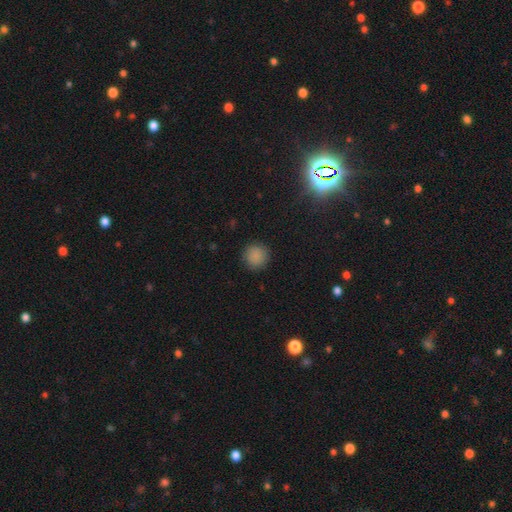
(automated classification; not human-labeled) This is clearly a smooth galaxy (86%). How rounded: clearly round (93%). Merging: clearly none (89%).